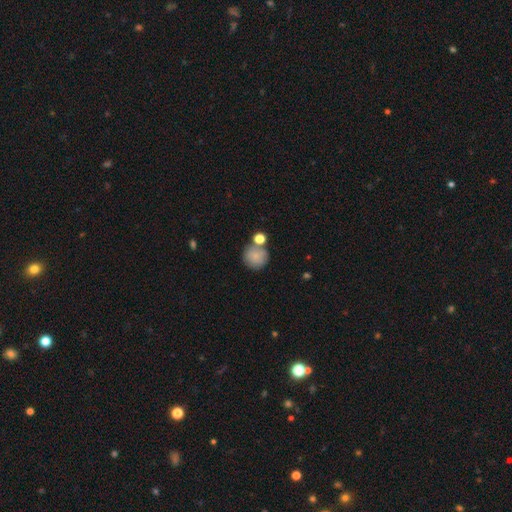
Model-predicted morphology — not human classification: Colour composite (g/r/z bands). It shows a smooth galaxy with no disk features (82%) that is round (92%). Merging: none (64%).